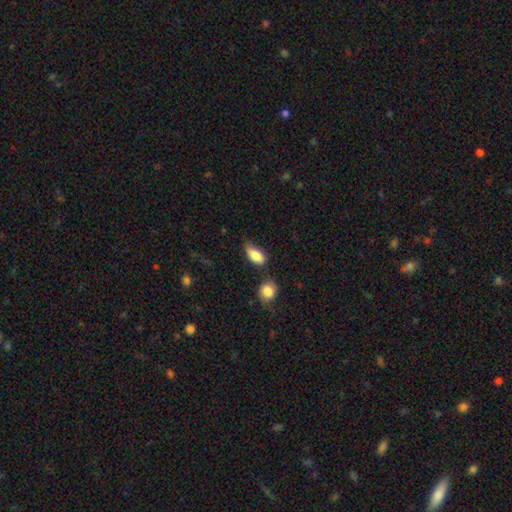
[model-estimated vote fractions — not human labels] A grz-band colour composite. It shows a smooth galaxy with no disk features (83%) that is in between round and cigar-shaped (87%). Merging: none (48%).